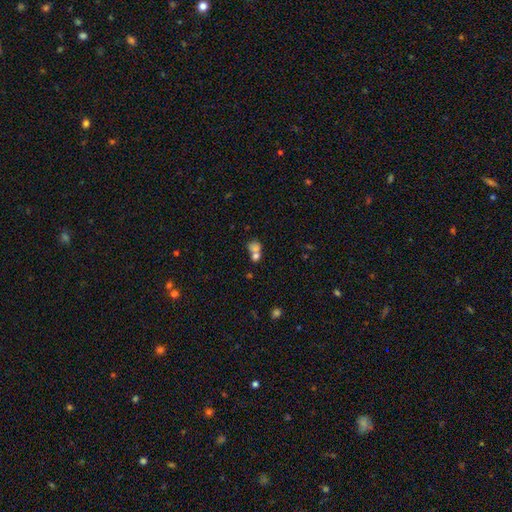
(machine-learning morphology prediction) A smooth galaxy with no disk features (69%) that is round (64%).

Vote fractions:
- Smooth or featured? smooth: 69% / star or artifact: 16% / featured or disk: 15%
- How rounded? round: 64% / in between: 34% / cigar-shaped: 2%
- Merging? merger: 57% / none: 31% / minor disturbance: 7% / major disturbance: 5%